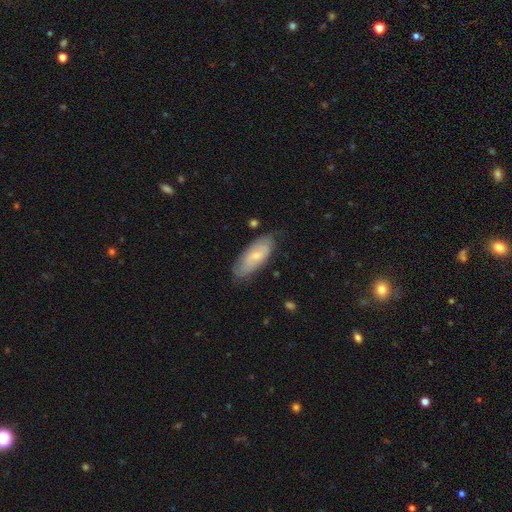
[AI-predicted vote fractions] Smooth or featured? Predicted: smooth (p=0.57). How rounded? Predicted: in between (p=0.79). Merging? Predicted: none (p=0.72).